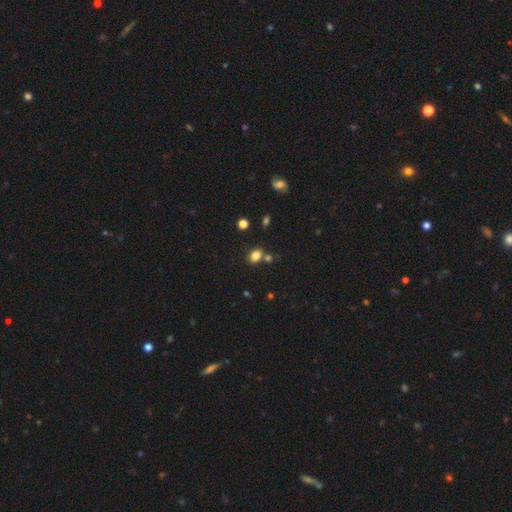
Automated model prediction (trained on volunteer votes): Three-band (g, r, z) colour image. It shows a smooth galaxy with no disk features (82%) that is in between round and cigar-shaped (66%). Merging: none (69%).